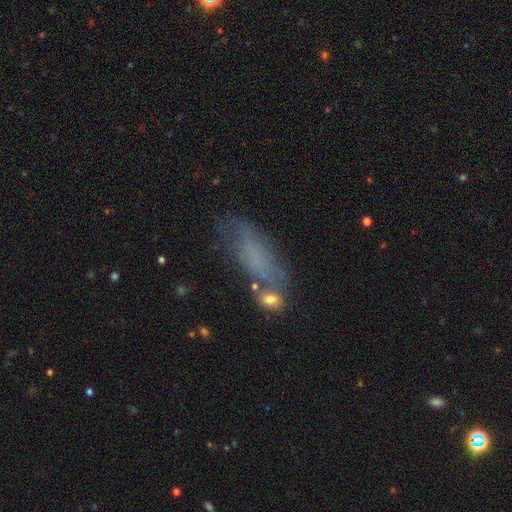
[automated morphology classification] This appears to be a smooth galaxy with no disk features (57%) that is in between round and cigar-shaped (65%). Merging: none (50%).